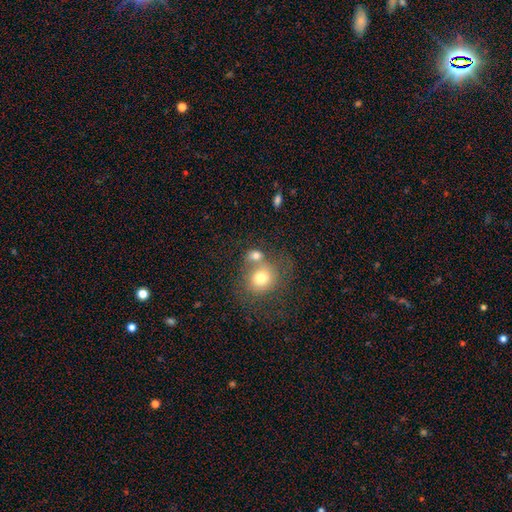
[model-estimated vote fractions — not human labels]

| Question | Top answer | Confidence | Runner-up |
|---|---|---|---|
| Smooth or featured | smooth | 74% | featured or disk (15%) |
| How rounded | round | 63% | in between (35%) |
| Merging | merger | 48% | none (35%) |